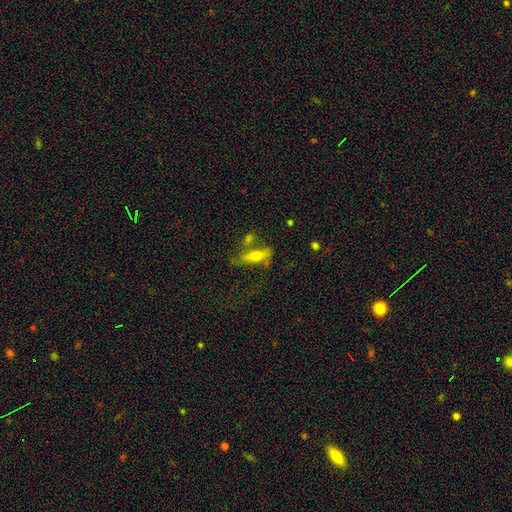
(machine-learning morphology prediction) smooth-or-featured: smooth: 50% | featured or disk: 41% | star or artifact: 8%
  how-rounded: cigar-shaped: 60% | in between: 37% | round: 3%
  merging: none: 53% | minor disturbance: 20% | merger: 15% | major disturbance: 12%